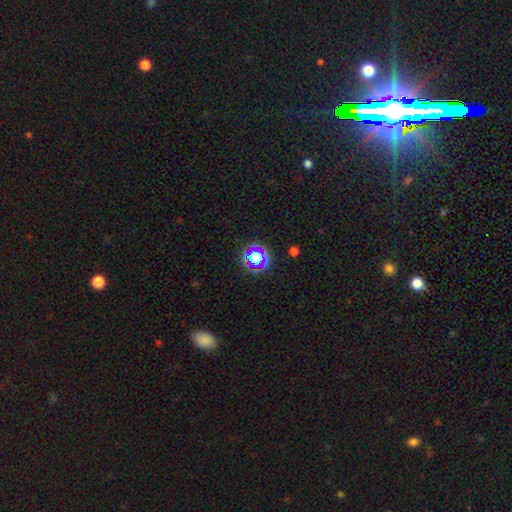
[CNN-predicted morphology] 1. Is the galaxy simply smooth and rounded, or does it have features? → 60% star or artifact, 29% smooth, 11% featured or disk.